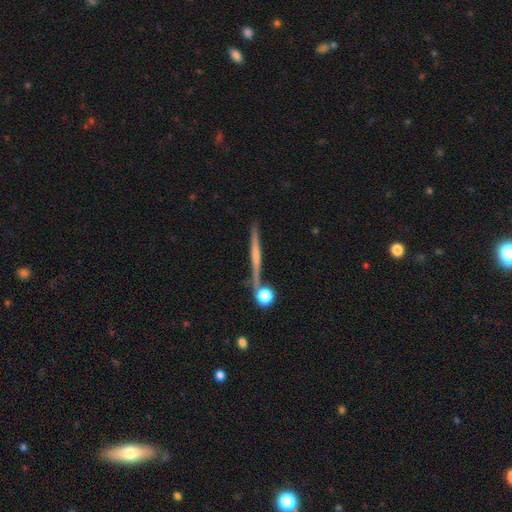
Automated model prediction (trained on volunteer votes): This appears to be a featured or disk galaxy (59%) viewed edge-on (96%) with no central bulge (62%). Merging: none (80%).